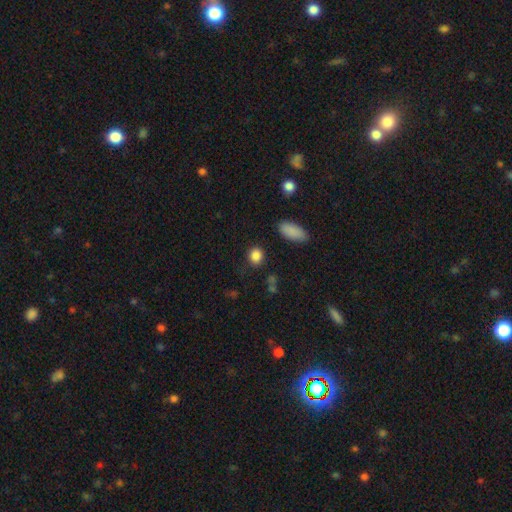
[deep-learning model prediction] The model was most divided on "how rounded": round: 72%, in between: 26%, cigar-shaped: 2%. More confident: smooth or featured — smooth (86%); merging — none (85%).